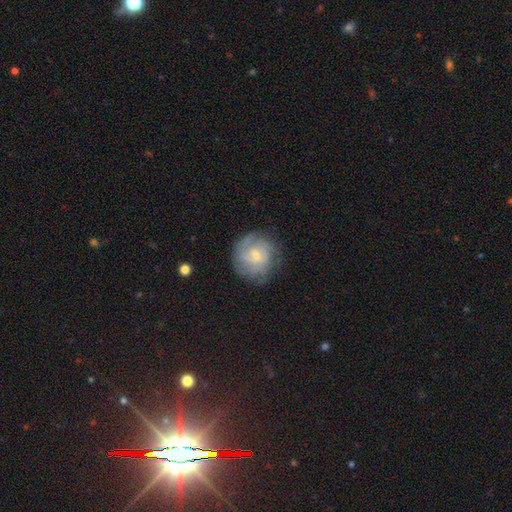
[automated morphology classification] This is likely a featured or disk galaxy (60%). It is clearly not viewed edge-on (97%). Bar: likely no (67%). Spiral arm pattern: clearly yes (82%). Central bulge: likely small (62%). Merging: likely none (73%).